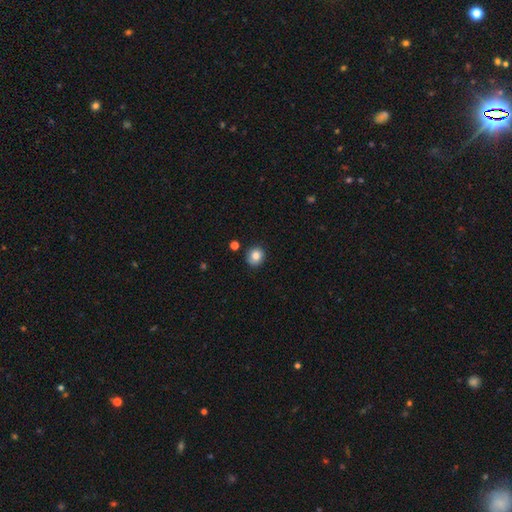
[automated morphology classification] Smooth or featured? smooth (81%)
How rounded? round (82%)
Merging? none (83%)